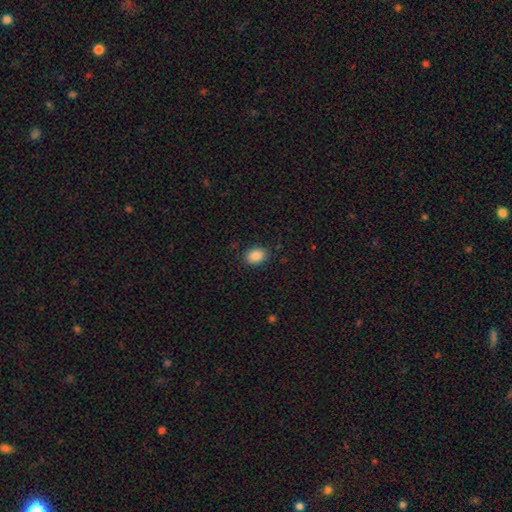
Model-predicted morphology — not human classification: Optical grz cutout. It shows a smooth galaxy with no disk features (89%) that is in between round and cigar-shaped (74%). Merging: none (87%).